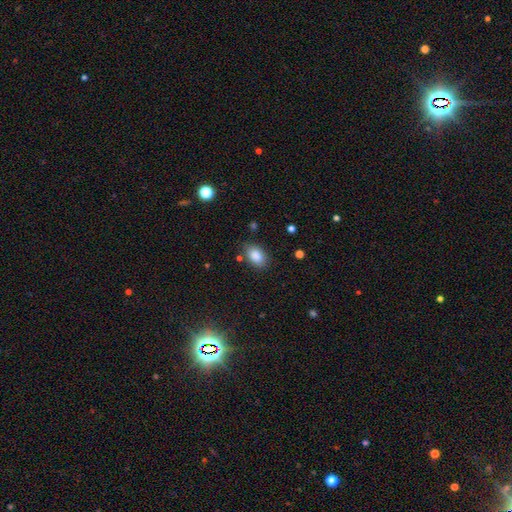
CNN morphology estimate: Smooth or featured? smooth (87%)
How rounded? in between (86%)
Merging? none (79%)